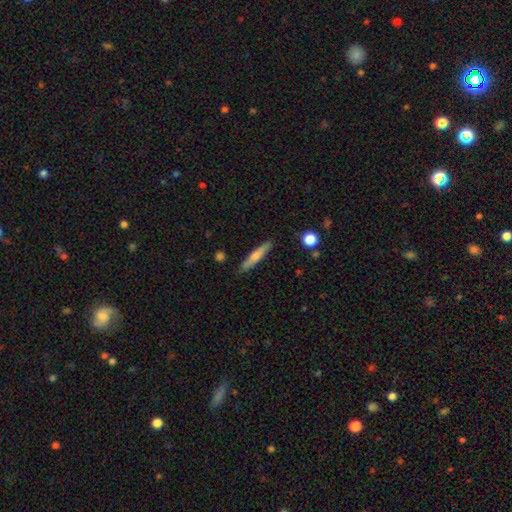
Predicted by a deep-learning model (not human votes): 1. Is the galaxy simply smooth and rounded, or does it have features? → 56% smooth, 37% featured or disk, 7% star or artifact.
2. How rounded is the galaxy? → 90% cigar-shaped, 8% in between, 2% round.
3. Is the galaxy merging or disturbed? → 88% none, 9% minor disturbance, 2% major disturbance, 2% merger.